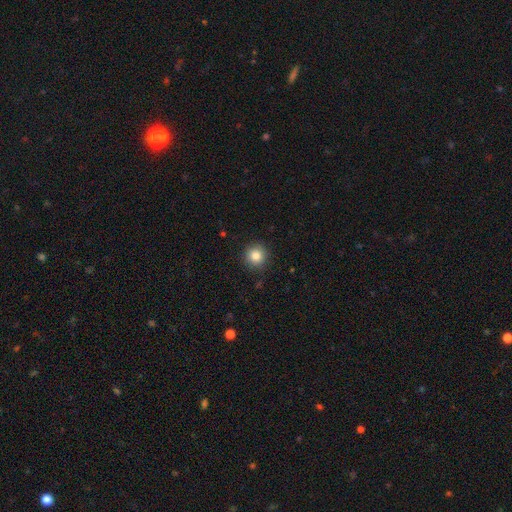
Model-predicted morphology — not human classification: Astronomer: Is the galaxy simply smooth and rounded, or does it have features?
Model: smooth — 84%.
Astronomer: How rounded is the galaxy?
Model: round — 93%.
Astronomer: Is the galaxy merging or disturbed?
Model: none — 90%.